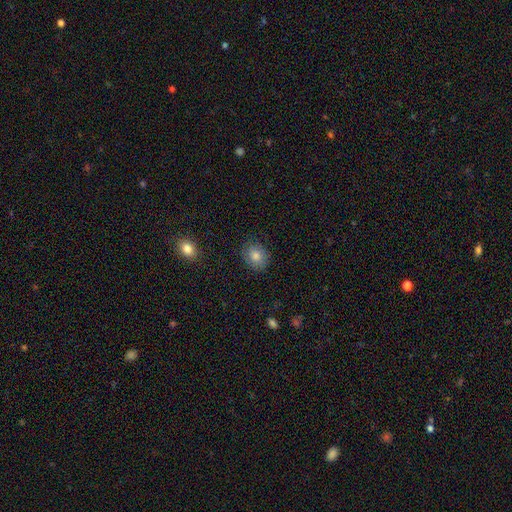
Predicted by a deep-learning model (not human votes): This appears to be a smooth galaxy with no disk features (81%) that is round (59%). Merging: none (86%).